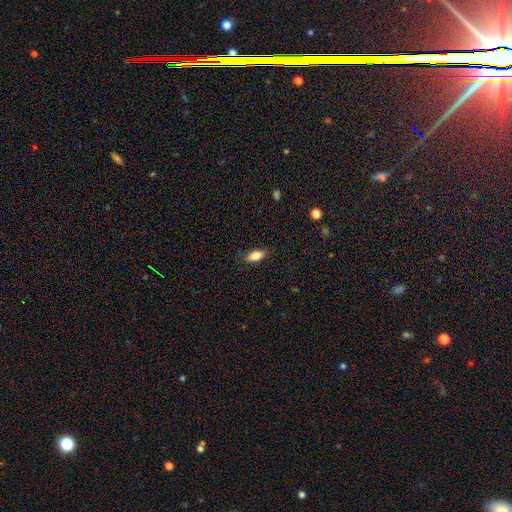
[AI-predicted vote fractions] A smooth galaxy with no disk features (81%) that is in between round and cigar-shaped (83%).

Vote fractions:
- Smooth or featured? smooth: 81% / featured or disk: 11% / star or artifact: 8%
- How rounded? in between: 83% / cigar-shaped: 14% / round: 3%
- Merging? none: 86% / minor disturbance: 10% / major disturbance: 2% / merger: 1%